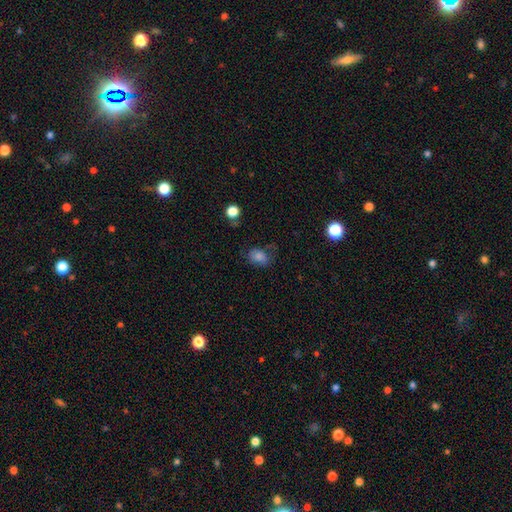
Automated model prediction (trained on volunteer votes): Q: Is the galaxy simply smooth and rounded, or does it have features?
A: smooth — 66%.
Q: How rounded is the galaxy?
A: in between — 64%.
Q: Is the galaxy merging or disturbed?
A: none — 60%.